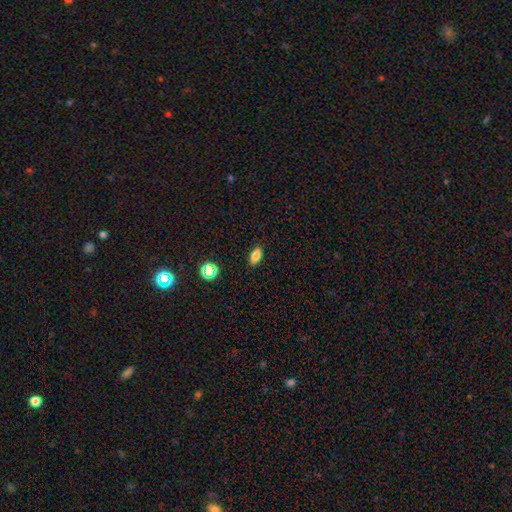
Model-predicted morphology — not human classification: Smooth or featured?
  - smooth: 80% *
  - star or artifact: 12%
  - featured or disk: 8%
How rounded?
  - in between: 86% *
  - cigar-shaped: 8%
  - round: 6%
Merging?
  - none: 88% *
  - minor disturbance: 8%
  - major disturbance: 2%
  - merger: 1%